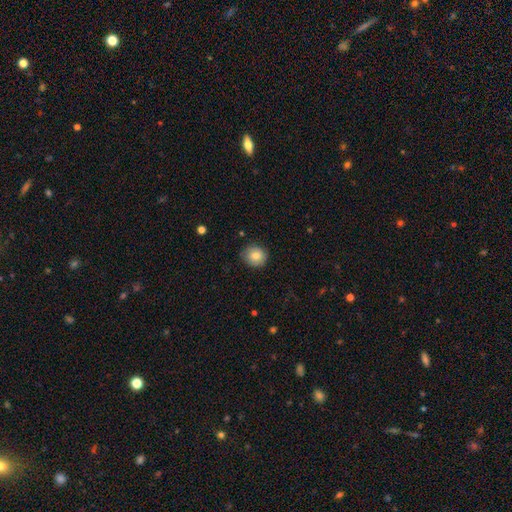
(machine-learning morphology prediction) smooth_or_featured: smooth (p=0.79) [alt: featured or disk p=0.12]
how_rounded: round (p=0.84) [alt: in between p=0.15]
merging: none (p=0.82) [alt: minor disturbance p=0.14]